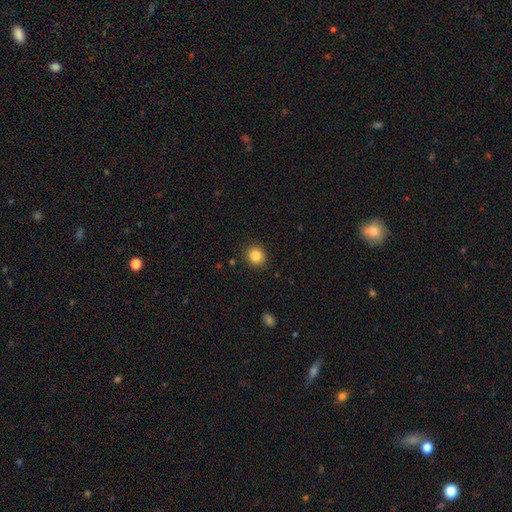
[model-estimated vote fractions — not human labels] A smooth galaxy with no disk features (85%) that is round (84%).

Vote fractions:
- Smooth or featured? smooth: 85% / star or artifact: 10% / featured or disk: 5%
- How rounded? round: 84% / in between: 16% / cigar-shaped: 1%
- Merging? none: 90% / minor disturbance: 7% / major disturbance: 2% / merger: 1%